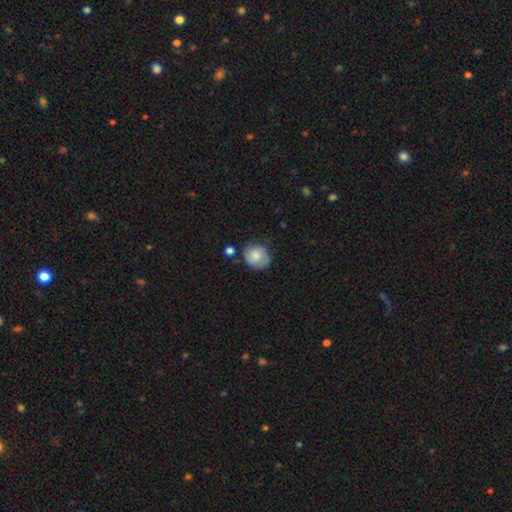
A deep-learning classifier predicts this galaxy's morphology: This is possibly a smooth galaxy (58%). How rounded: likely round (70%). Merging: likely none (63%).